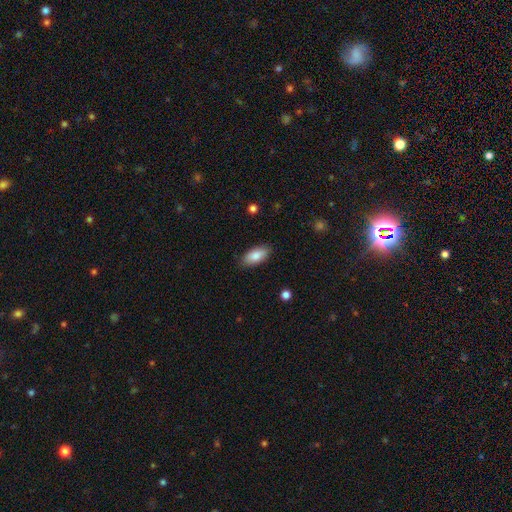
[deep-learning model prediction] A smooth galaxy with no disk features (85%) that is in between round and cigar-shaped (90%). Merging: none (86%).